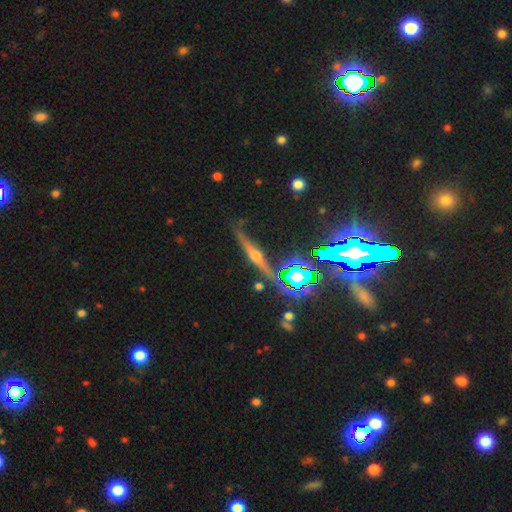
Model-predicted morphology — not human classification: Smooth or featured? featured or disk (75%)
Edge-on disk? yes (95%)
Edge-on bulge? rounded (93%)
Merging? none (81%)